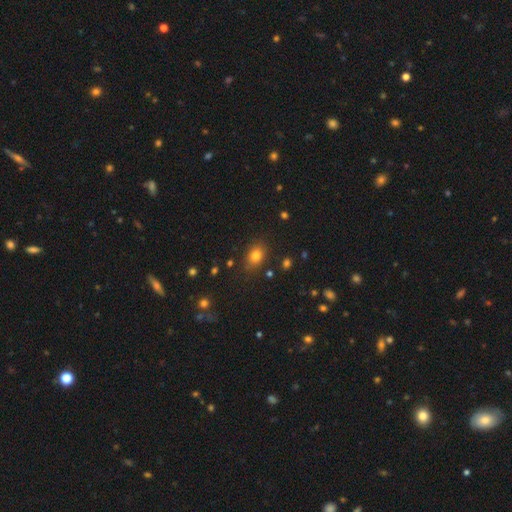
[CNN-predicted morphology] A smooth galaxy with no disk features (80%) that is in between round and cigar-shaped (65%).

Vote fractions:
- Smooth or featured? smooth: 80% / star or artifact: 13% / featured or disk: 7%
- How rounded? in between: 65% / round: 34% / cigar-shaped: 1%
- Merging? none: 82% / minor disturbance: 12% / major disturbance: 3% / merger: 2%